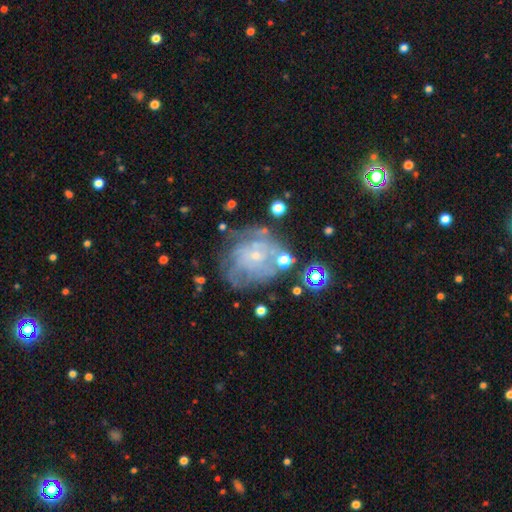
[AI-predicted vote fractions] Smooth or featured? featured or disk (70%)
Edge-on disk? no (97%)
Bar? no (81%)
Spiral arms? yes (77%)
Spiral winding? tight (62%)
Spiral arm count? can't tell (55%)
Bulge size? small (79%)
Merging? none (60%)